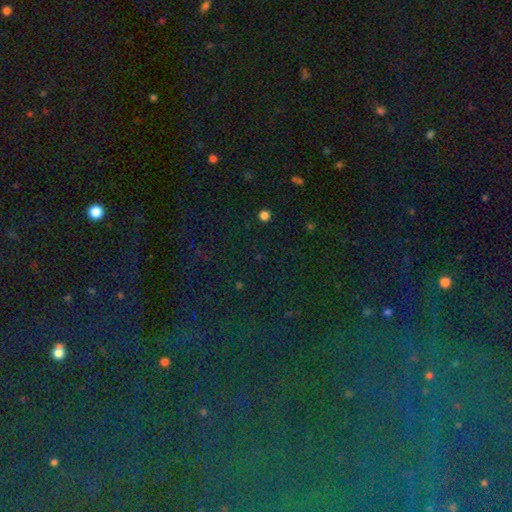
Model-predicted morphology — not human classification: Smooth or featured? Predicted: star or artifact (p=0.80).